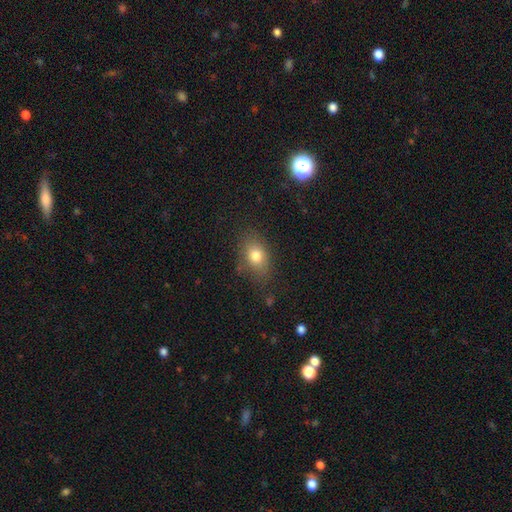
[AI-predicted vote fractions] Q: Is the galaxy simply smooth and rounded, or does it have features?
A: smooth — 77%.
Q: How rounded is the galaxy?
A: in between — 74%.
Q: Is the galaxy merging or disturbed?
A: none — 77%.